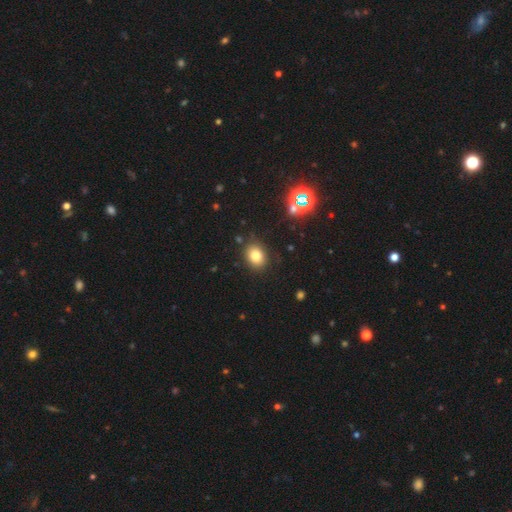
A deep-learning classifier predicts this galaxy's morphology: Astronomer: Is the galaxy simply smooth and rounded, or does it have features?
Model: smooth — 79%.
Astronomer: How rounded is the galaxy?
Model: in between — 55% (runner-up: round, 44%).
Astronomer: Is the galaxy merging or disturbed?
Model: none — 85%.